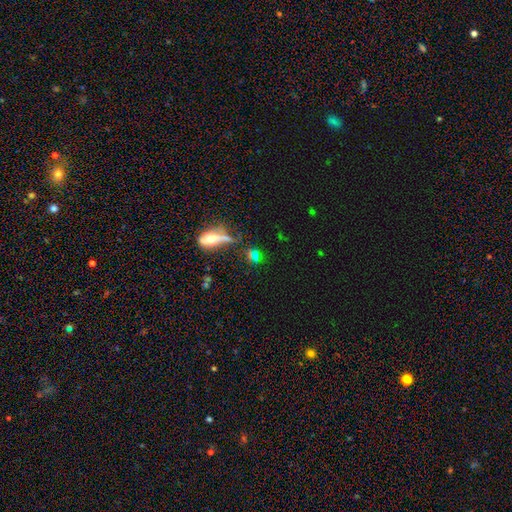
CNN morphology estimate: This appears to be a smooth galaxy with no disk features (46%). Merging: none (56%).